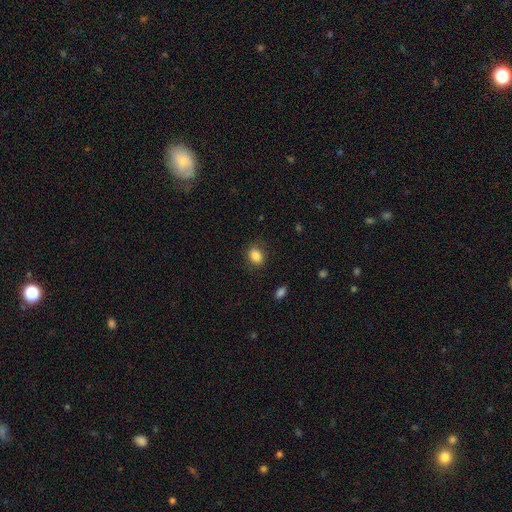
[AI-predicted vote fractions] smooth_or_featured: smooth (p=0.86) [alt: star or artifact p=0.09]
how_rounded: in between (p=0.60) [alt: round p=0.39]
merging: none (p=0.81) [alt: minor disturbance p=0.14]